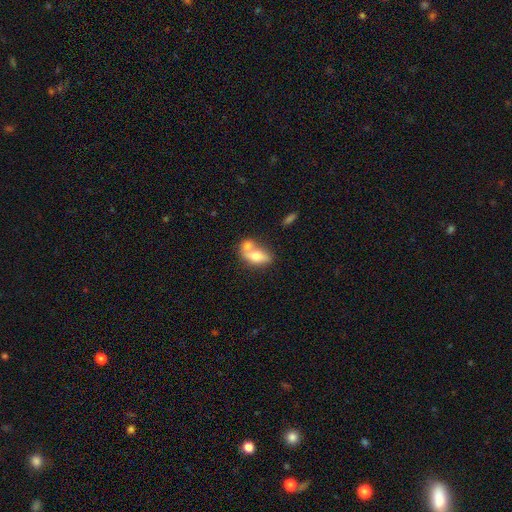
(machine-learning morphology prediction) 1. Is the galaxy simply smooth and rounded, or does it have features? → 67% smooth, 26% featured or disk, 7% star or artifact.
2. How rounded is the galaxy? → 81% in between, 10% round, 9% cigar-shaped.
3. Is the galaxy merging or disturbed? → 60% merger, 24% none, 10% minor disturbance, 6% major disturbance.